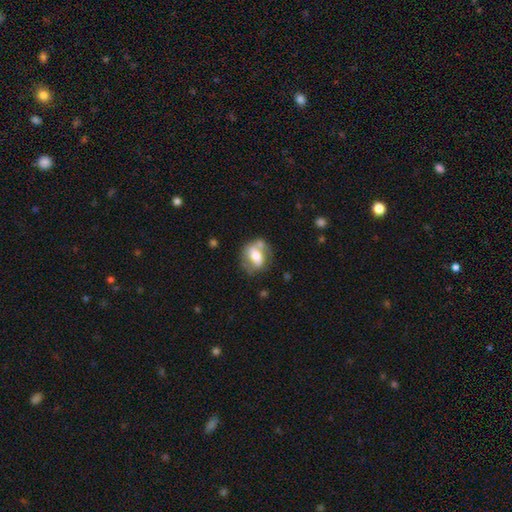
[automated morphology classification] This appears to be a smooth galaxy with no disk features (48%). Merging: none (53%).